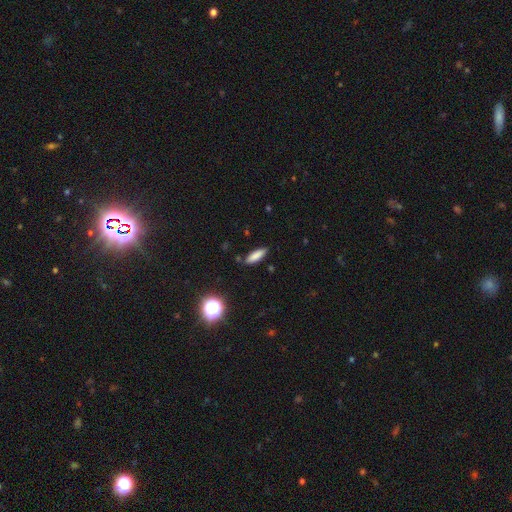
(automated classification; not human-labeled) A smooth galaxy with no disk features (81%) that is cigar-shaped (54%).

Vote fractions:
- Smooth or featured? smooth: 81% / featured or disk: 10% / star or artifact: 9%
- How rounded? cigar-shaped: 54% / in between: 43% / round: 3%
- Merging? none: 84% / minor disturbance: 12% / major disturbance: 2% / merger: 2%